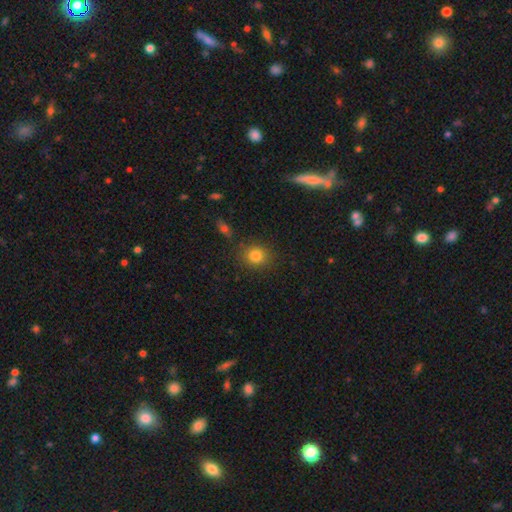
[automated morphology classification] type=smooth (82%); roundness=round (78%); merging=none (84%).